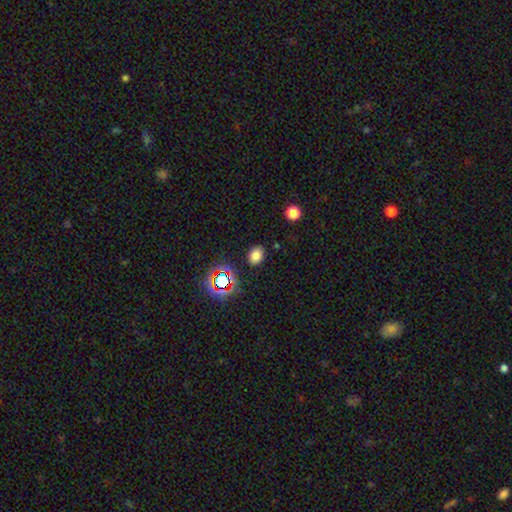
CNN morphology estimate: A smooth galaxy with no disk features (75%) that is in between round and cigar-shaped (66%).

Vote fractions:
- Smooth or featured? smooth: 75% / star or artifact: 19% / featured or disk: 6%
- How rounded? in between: 66% / round: 33% / cigar-shaped: 1%
- Merging? none: 85% / minor disturbance: 10% / major disturbance: 3% / merger: 2%